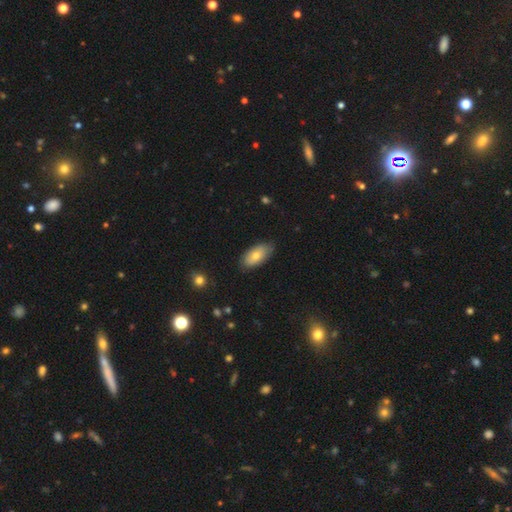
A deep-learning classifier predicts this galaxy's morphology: Overall: smooth (73%). How rounded: in between (91%). Merging: none (80%).